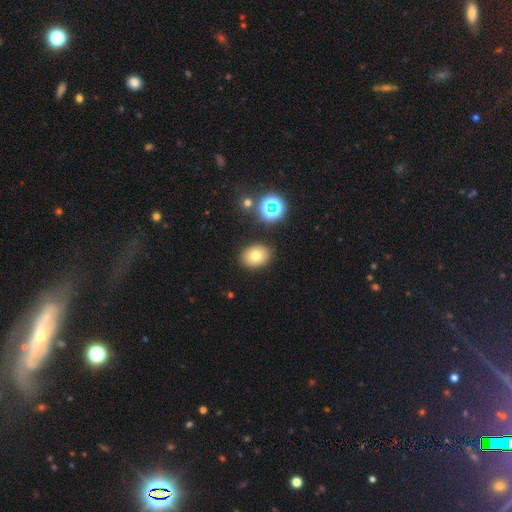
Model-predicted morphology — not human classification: type=smooth (74%); roundness=in between (58%); merging=none (87%).